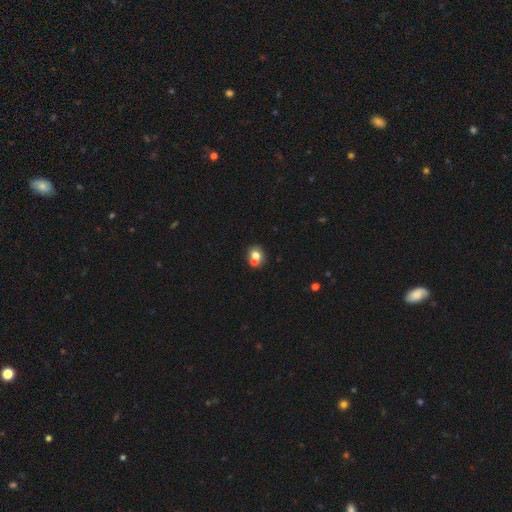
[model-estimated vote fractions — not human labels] smooth-or-featured: smooth: 72% | featured or disk: 17% | star or artifact: 11%
  how-rounded: round: 75% | in between: 25% | cigar-shaped: 1%
  merging: none: 47% | merger: 42% | minor disturbance: 8% | major disturbance: 3%